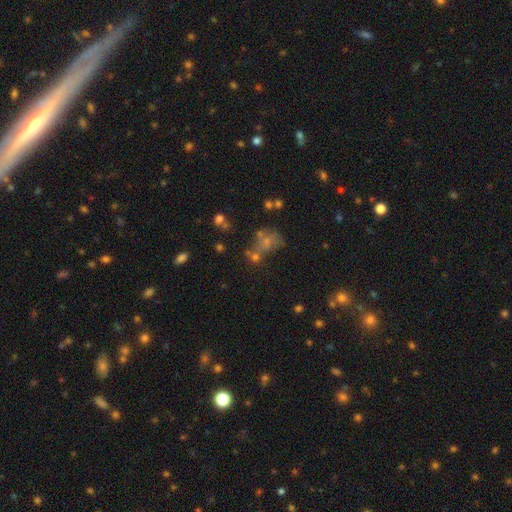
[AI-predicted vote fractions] Smooth or featured: star or artifact — 41% (smooth — 40%)